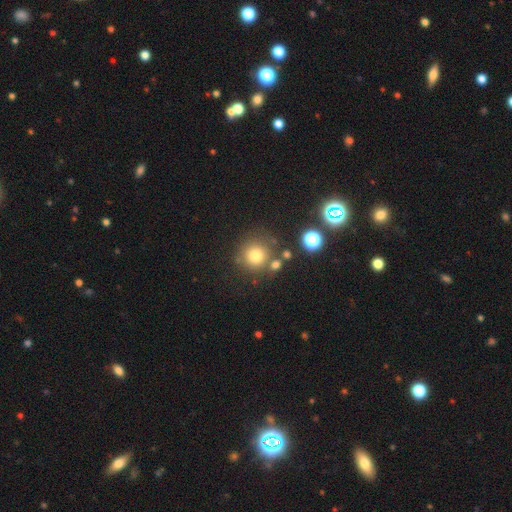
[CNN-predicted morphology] smooth_or_featured: smooth (p=0.76) [alt: star or artifact p=0.15]
how_rounded: round (p=0.93) [alt: in between p=0.06]
merging: none (p=0.76) [alt: merger p=0.11]